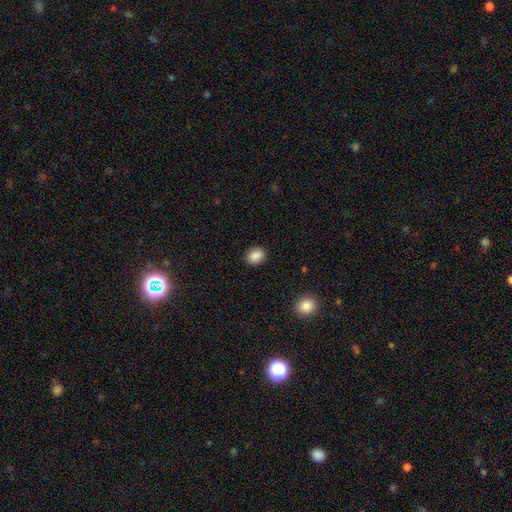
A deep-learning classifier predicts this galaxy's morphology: Overall: smooth (88%). How rounded: in between (50%; round 49%). Merging: none (89%).